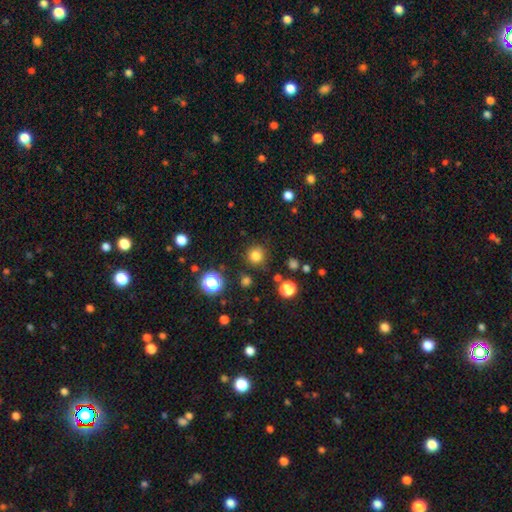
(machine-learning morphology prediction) Smooth or featured? smooth (79%)
How rounded? round (94%)
Merging? none (87%)